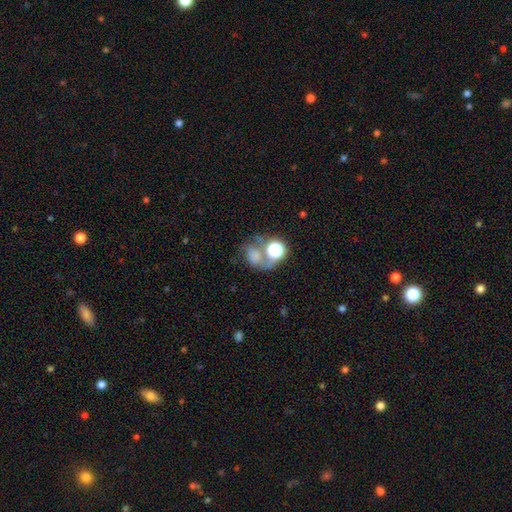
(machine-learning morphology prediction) Smooth or featured? smooth (52%)
How rounded? round (57%)
Merging? merger (34%)